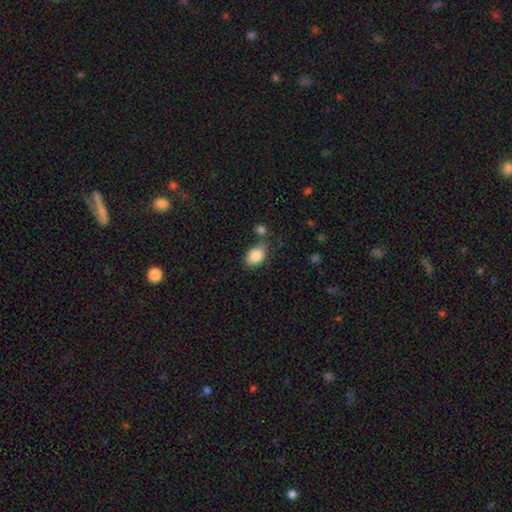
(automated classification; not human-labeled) A smooth galaxy with no disk features (86%) that is in between round and cigar-shaped (76%).

Vote fractions:
- Smooth or featured? smooth: 86% / star or artifact: 8% / featured or disk: 6%
- How rounded? in between: 76% / round: 23% / cigar-shaped: 1%
- Merging? none: 57% / minor disturbance: 22% / merger: 14% / major disturbance: 7%